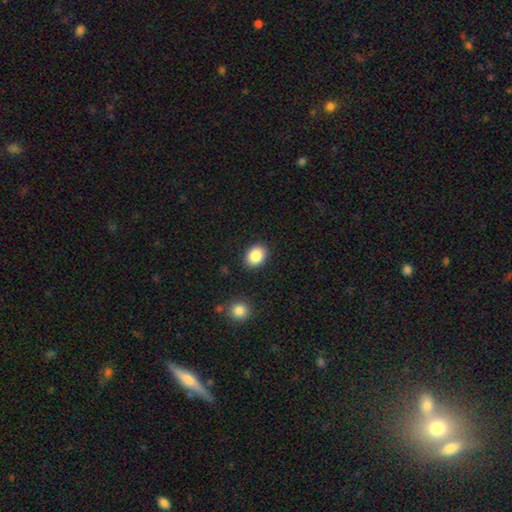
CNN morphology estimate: type=smooth (87%); roundness=in between (62%); merging=none (88%).